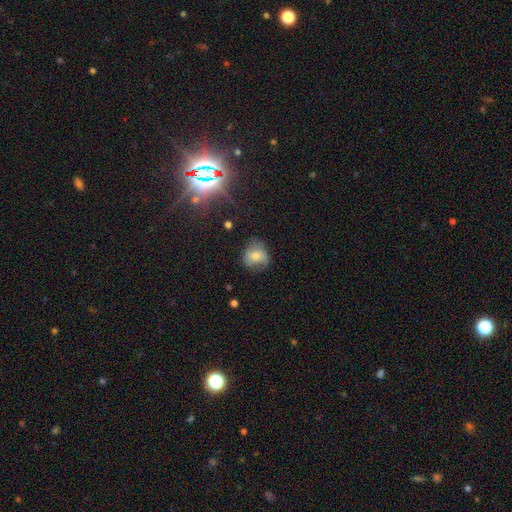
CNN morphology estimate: The model was most divided on "merging": none: 62%, minor disturbance: 27%, major disturbance: 9%, merger: 2%. More confident: how rounded — round (68%); smooth or featured — smooth (67%).